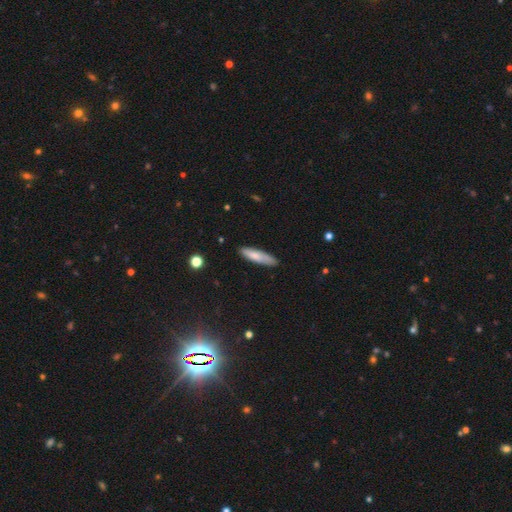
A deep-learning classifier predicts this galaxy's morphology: A smooth galaxy with no disk features (76%) that is cigar-shaped (74%).

Vote fractions:
- Smooth or featured? smooth: 76% / featured or disk: 18% / star or artifact: 6%
- How rounded? cigar-shaped: 74% / in between: 24% / round: 1%
- Merging? none: 83% / minor disturbance: 13% / major disturbance: 2% / merger: 1%